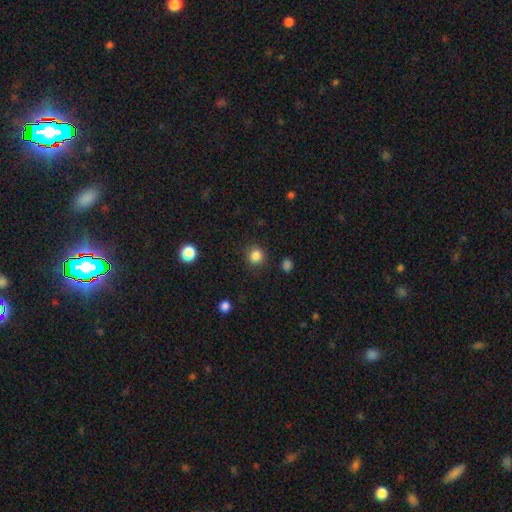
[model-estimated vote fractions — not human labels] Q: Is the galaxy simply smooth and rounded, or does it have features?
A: smooth — 85%.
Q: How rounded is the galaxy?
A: round — 90%.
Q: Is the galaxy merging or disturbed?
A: none — 88%.